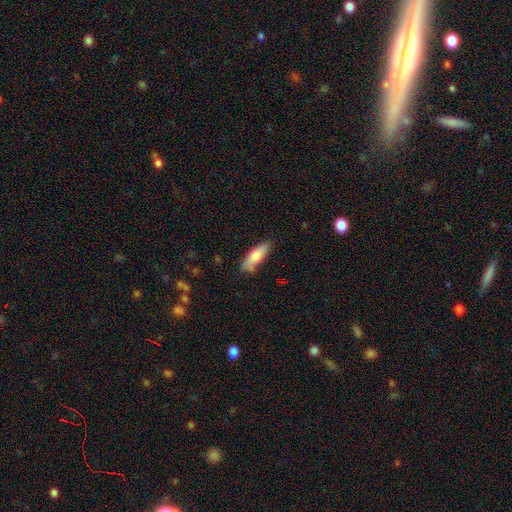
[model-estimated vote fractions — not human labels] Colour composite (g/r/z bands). It shows a smooth galaxy with no disk features (74%) that is in between round and cigar-shaped (53%). Merging: none (74%).